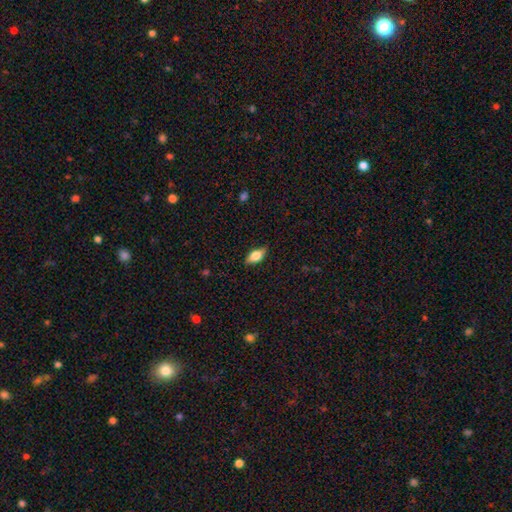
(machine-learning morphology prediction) Smooth or featured? smooth (65%)
How rounded? in between (81%)
Merging? none (84%)